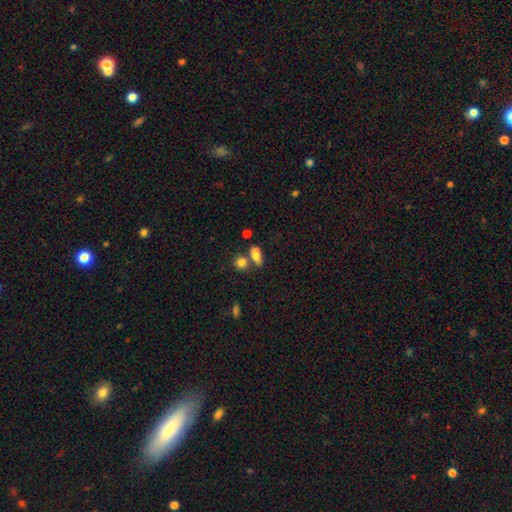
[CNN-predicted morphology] A smooth galaxy with no disk features (74%) that is in between round and cigar-shaped (71%). Merging: none (44%).